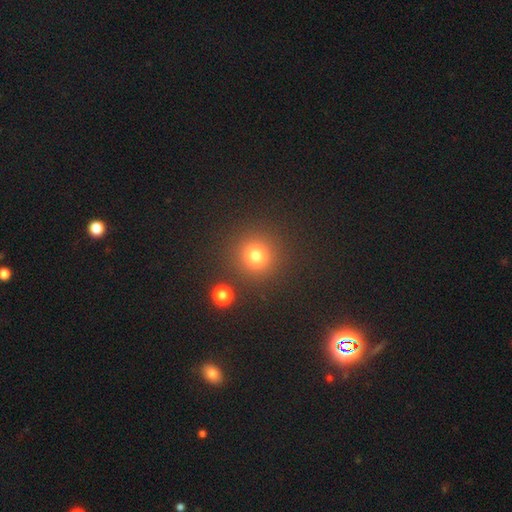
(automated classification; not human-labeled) smooth-or-featured: smooth: 76% | star or artifact: 18% | featured or disk: 6%
  how-rounded: round: 93% | in between: 6% | cigar-shaped: 1%
  merging: none: 87% | minor disturbance: 6% | merger: 4% | major disturbance: 3%